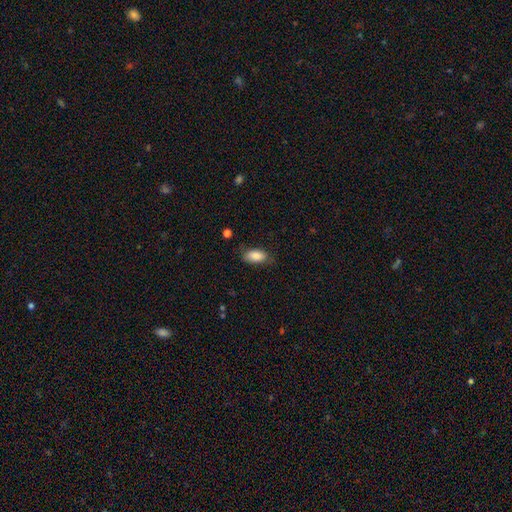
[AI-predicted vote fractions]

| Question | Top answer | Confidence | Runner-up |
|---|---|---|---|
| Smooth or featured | smooth | 85% | featured or disk (8%) |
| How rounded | in between | 91% | cigar-shaped (5%) |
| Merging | none | 76% | minor disturbance (19%) |